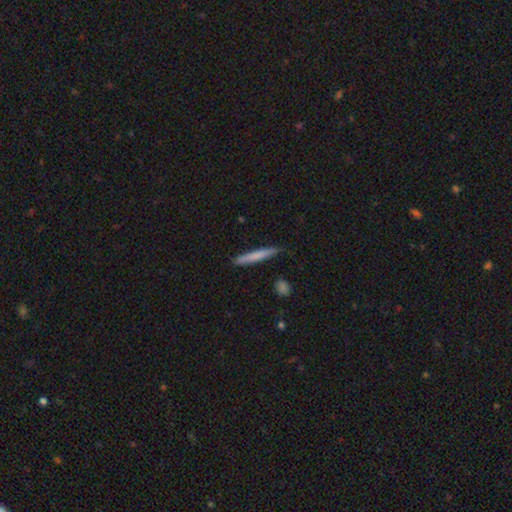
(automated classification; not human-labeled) smooth-or-featured: smooth: 73% | featured or disk: 22% | star or artifact: 5%
  how-rounded: cigar-shaped: 95% | in between: 3% | round: 1%
  merging: none: 86% | minor disturbance: 11% | major disturbance: 2% | merger: 2%